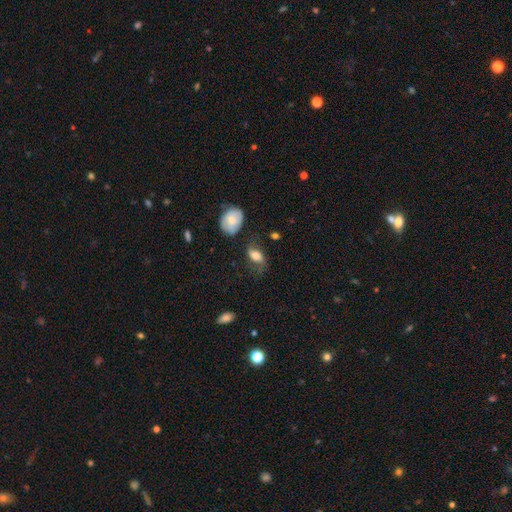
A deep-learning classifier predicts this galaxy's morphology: Q: Smooth or featured?
A: smooth (58%); runner-up: featured or disk (33%)
Q: How rounded?
A: in between (83%); runner-up: round (11%)
Q: Merging?
A: none (48%); runner-up: minor disturbance (27%)